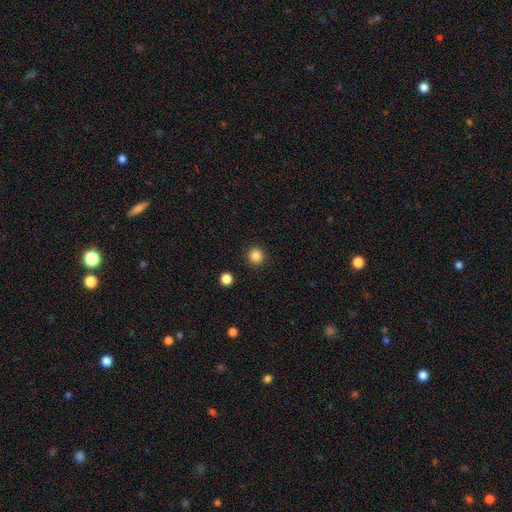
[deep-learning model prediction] smooth 85%, star or artifact 11%, featured or disk 3%. Down the decision tree: how rounded — round (95%); merging — none (92%).